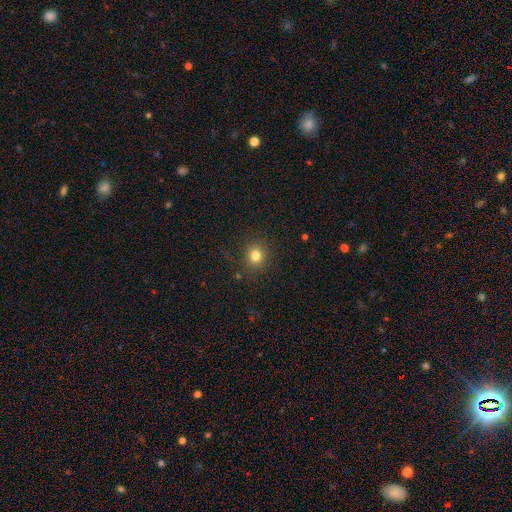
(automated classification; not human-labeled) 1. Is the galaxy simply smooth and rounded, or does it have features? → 80% smooth, 14% star or artifact, 7% featured or disk.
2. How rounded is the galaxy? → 83% round, 16% in between, 1% cigar-shaped.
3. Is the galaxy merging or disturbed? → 88% none, 7% minor disturbance, 3% major disturbance, 1% merger.